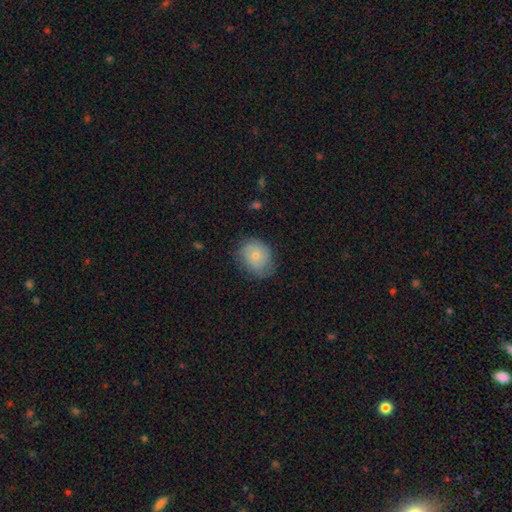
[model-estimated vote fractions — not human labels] smooth 57%, featured or disk 35%, star or artifact 8%. Down the decision tree: how rounded — round (58%); merging — none (67%).